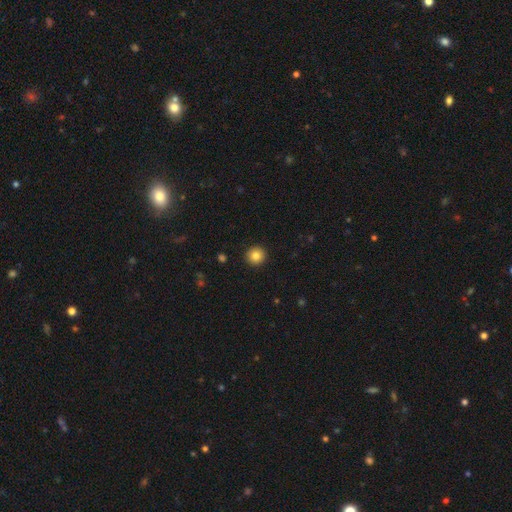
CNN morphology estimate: Smooth or featured: smooth — 85% (star or artifact — 10%)
How rounded: round — 95% (in between — 4%)
Merging: none — 93% (minor disturbance — 4%)